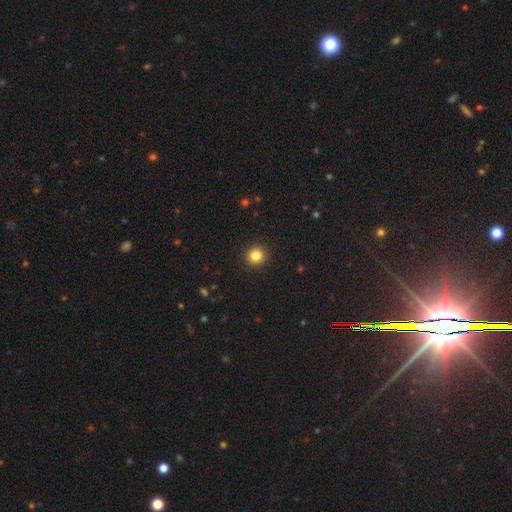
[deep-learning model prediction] Morphology: type=smooth (84%); roundness=round (92%); merging=none (93%).